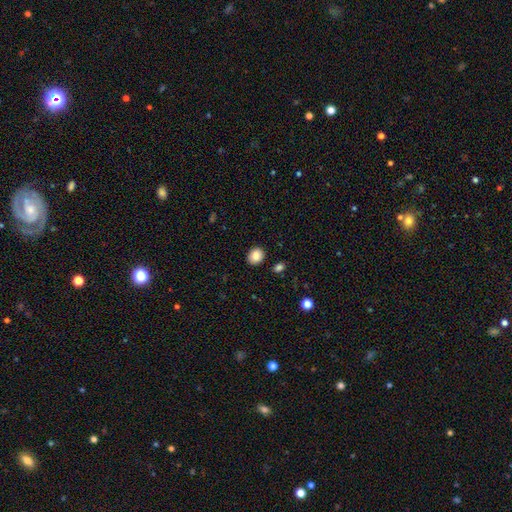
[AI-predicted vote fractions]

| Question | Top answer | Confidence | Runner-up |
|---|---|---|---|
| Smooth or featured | smooth | 86% | star or artifact (9%) |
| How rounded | round | 65% | in between (35%) |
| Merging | none | 90% | minor disturbance (7%) |